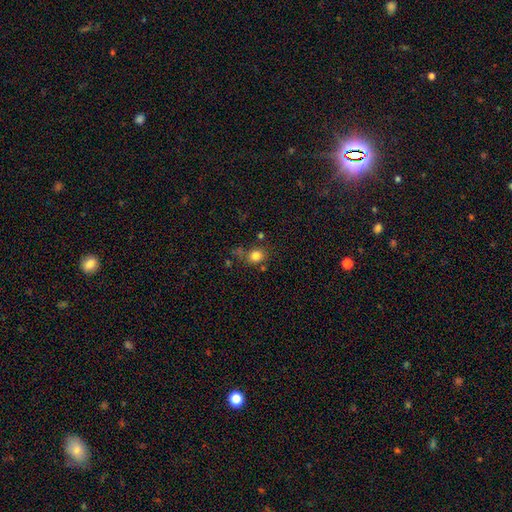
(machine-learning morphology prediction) This is clearly a smooth galaxy (81%). How rounded: likely round (72%). Merging: likely none (70%).